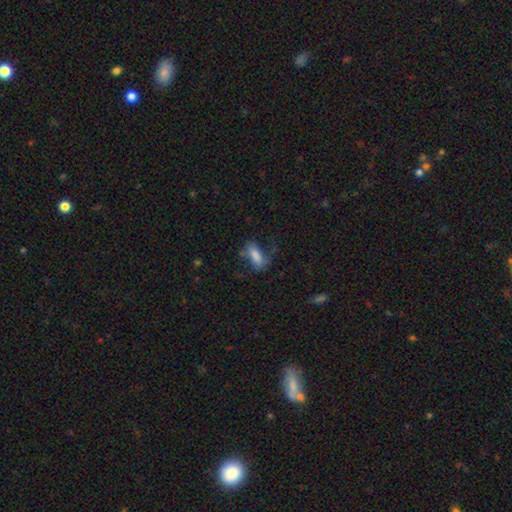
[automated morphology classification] smooth-or-featured: smooth: 68% | featured or disk: 23% | star or artifact: 9%
  how-rounded: in between: 76% | cigar-shaped: 20% | round: 4%
  merging: none: 47% | minor disturbance: 25% | major disturbance: 24% | merger: 3%